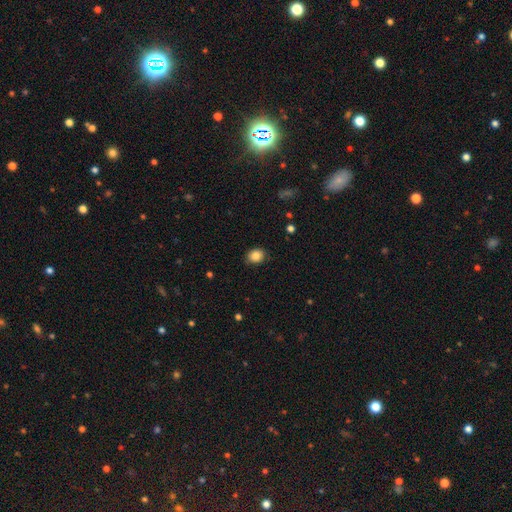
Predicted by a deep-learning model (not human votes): This is clearly a smooth galaxy (85%). How rounded: possibly round (52%). Merging: clearly none (82%).